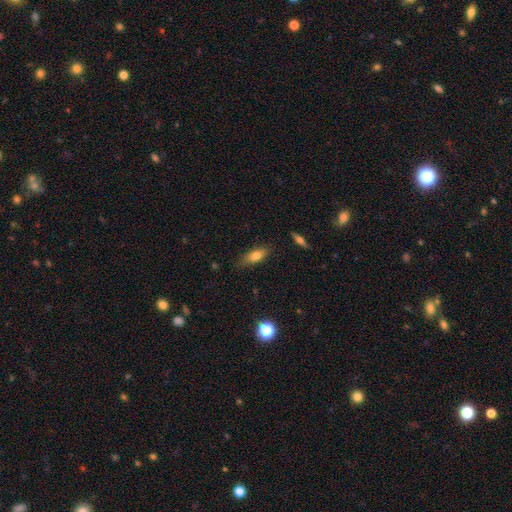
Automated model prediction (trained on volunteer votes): Smooth or featured? Predicted: smooth (p=0.72). How rounded? Predicted: in between (p=0.68). Merging? Predicted: none (p=0.76).